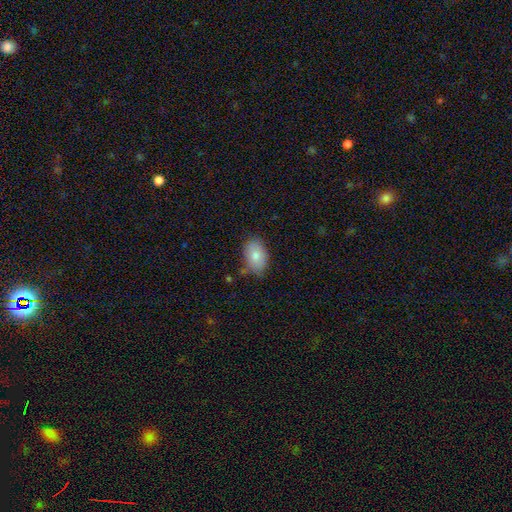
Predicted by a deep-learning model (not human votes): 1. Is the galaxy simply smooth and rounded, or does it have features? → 79% smooth, 14% featured or disk, 8% star or artifact.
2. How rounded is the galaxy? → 88% in between, 11% round, 1% cigar-shaped.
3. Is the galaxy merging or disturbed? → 76% none, 19% minor disturbance, 3% major disturbance, 2% merger.